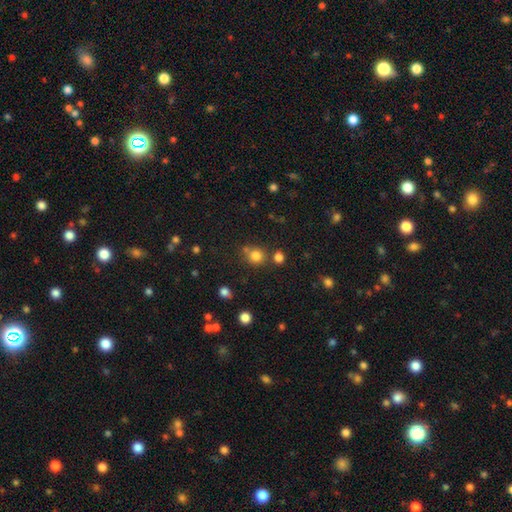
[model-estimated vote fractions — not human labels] smooth 79%, star or artifact 15%, featured or disk 6%. Down the decision tree: how rounded — round (86%); merging — none (68%).